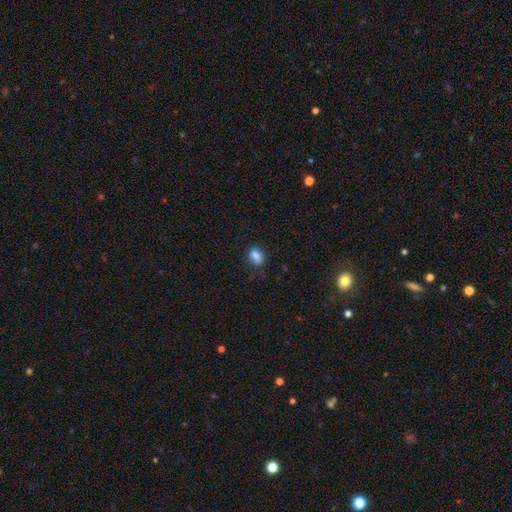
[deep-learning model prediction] Morphology: type=smooth (85%); roundness=in between (82%); merging=none (74%).